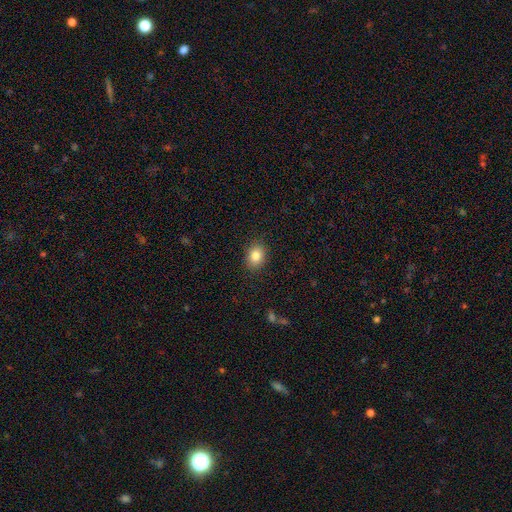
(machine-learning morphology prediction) A smooth galaxy with no disk features (84%) that is in between round and cigar-shaped (63%). Merging: none (88%).